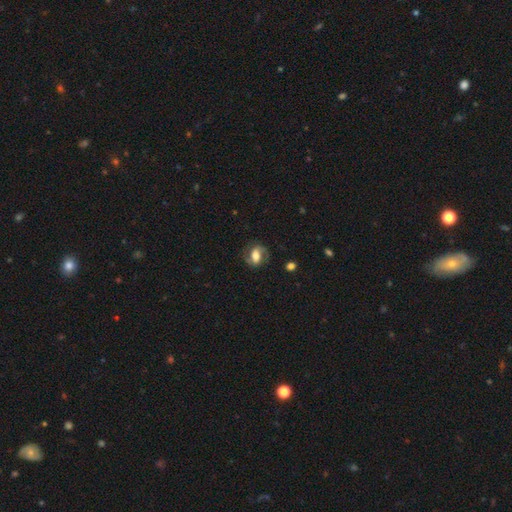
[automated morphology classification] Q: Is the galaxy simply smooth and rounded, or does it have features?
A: featured or disk — 59%.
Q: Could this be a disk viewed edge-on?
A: no — 95%.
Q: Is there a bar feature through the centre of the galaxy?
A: weak — 37%.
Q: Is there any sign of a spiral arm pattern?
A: yes — 85%.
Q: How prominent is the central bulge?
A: moderate — 48%.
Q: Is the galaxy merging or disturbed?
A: none — 72%.